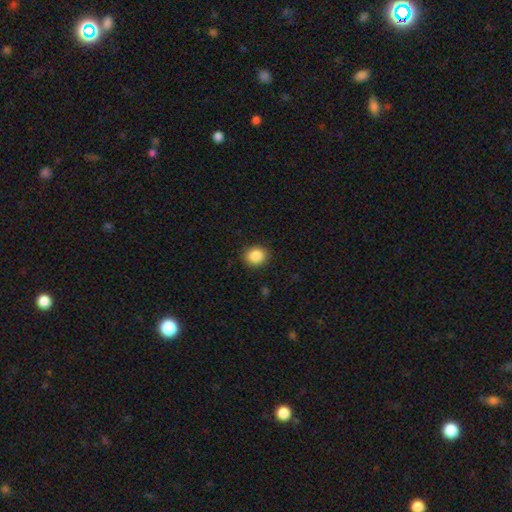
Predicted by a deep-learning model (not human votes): Q: Smooth or featured?
A: smooth (87%); runner-up: star or artifact (9%)
Q: How rounded?
A: round (75%); runner-up: in between (24%)
Q: Merging?
A: none (89%); runner-up: minor disturbance (8%)